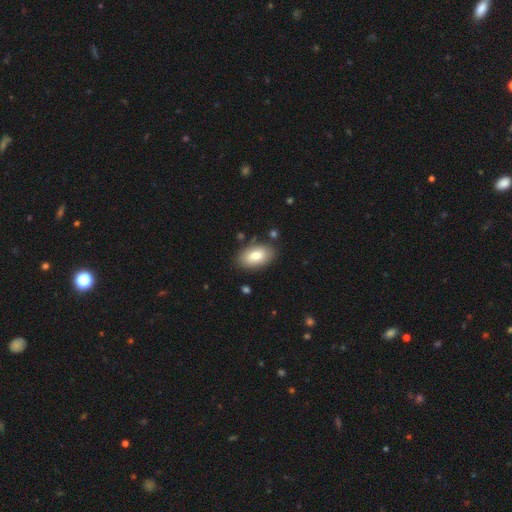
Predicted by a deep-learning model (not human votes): smooth-or-featured: smooth: 78% | featured or disk: 16% | star or artifact: 7%
  how-rounded: in between: 93% | round: 5% | cigar-shaped: 1%
  merging: none: 83% | minor disturbance: 12% | major disturbance: 3% | merger: 3%